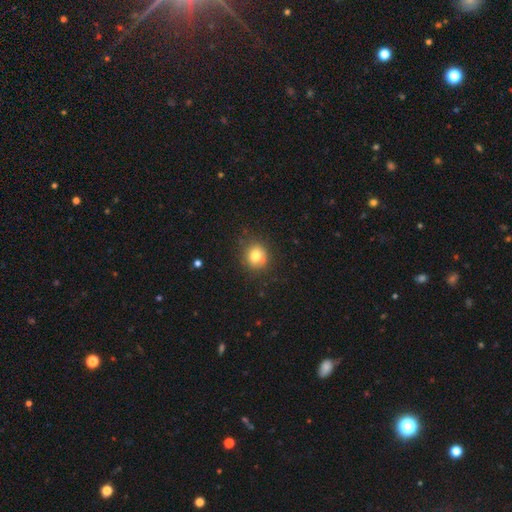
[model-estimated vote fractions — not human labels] This is likely a smooth galaxy (78%). How rounded: clearly round (82%). Merging: likely none (77%).